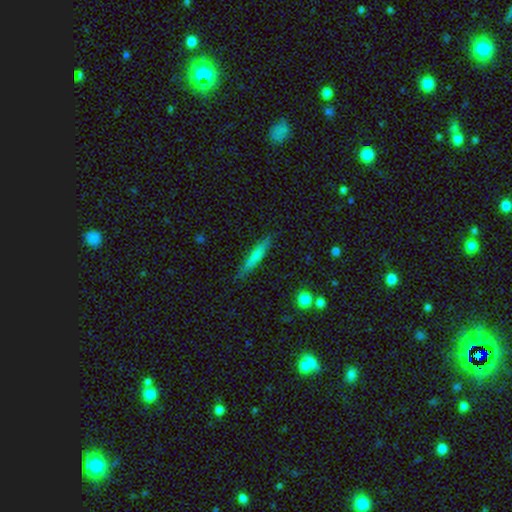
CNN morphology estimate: This is likely a smooth galaxy (71%). How rounded: clearly cigar-shaped (91%). Merging: clearly none (83%).